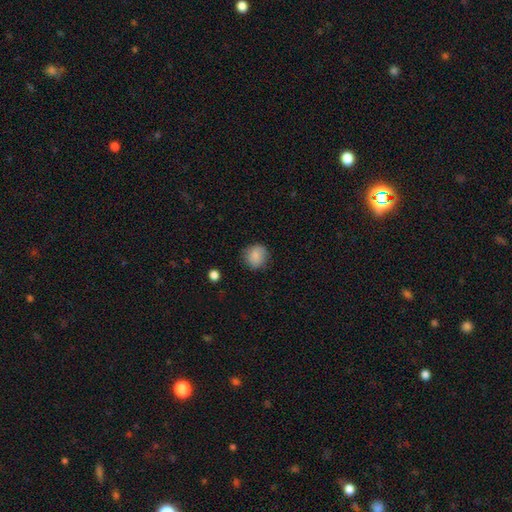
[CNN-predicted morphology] Overall: smooth (84%). How rounded: round (87%). Merging: none (80%).